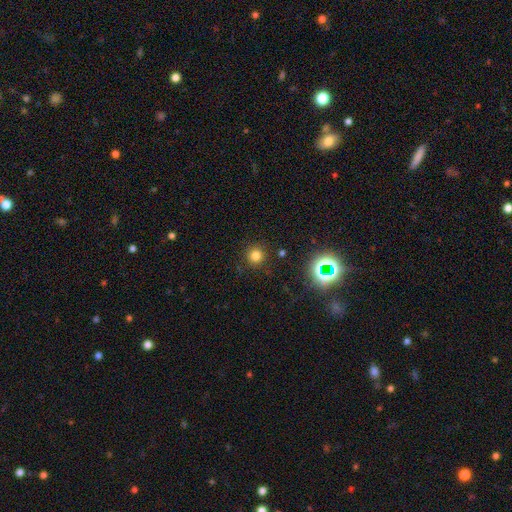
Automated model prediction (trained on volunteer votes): Smooth or featured? smooth (75%)
How rounded? round (95%)
Merging? none (90%)